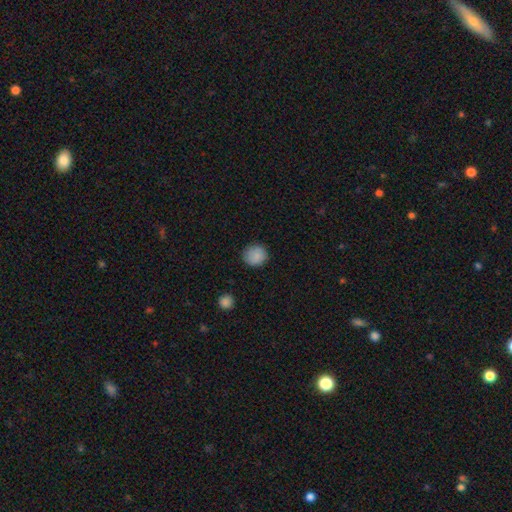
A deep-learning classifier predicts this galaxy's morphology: Smooth or featured?
  - smooth: 87% *
  - star or artifact: 9%
  - featured or disk: 5%
How rounded?
  - round: 89% *
  - in between: 10%
  - cigar-shaped: 1%
Merging?
  - none: 85% *
  - minor disturbance: 11%
  - major disturbance: 3%
  - merger: 1%